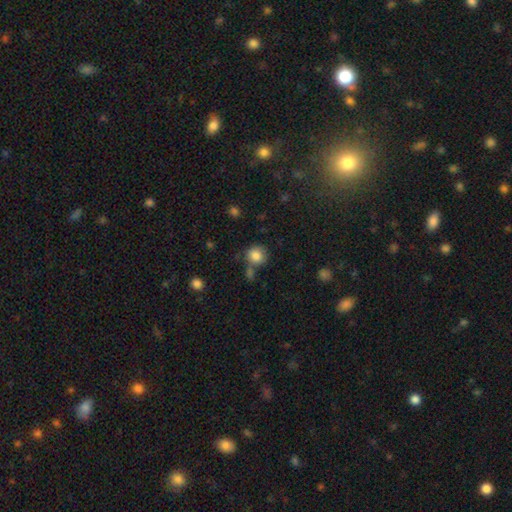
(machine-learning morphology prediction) A smooth galaxy with no disk features (85%) that is round (85%). Merging: none (65%).